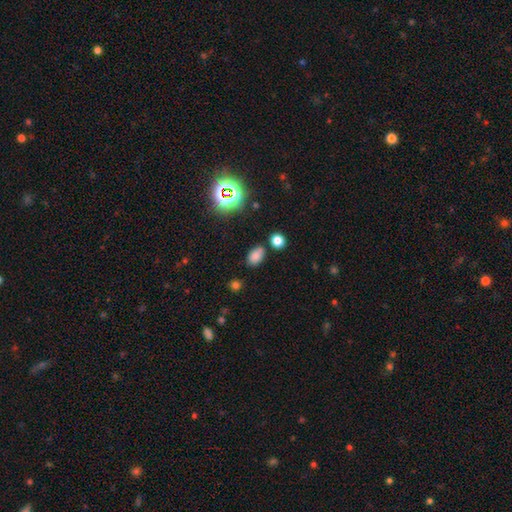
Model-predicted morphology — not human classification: Smooth or featured? smooth (76%)
How rounded? in between (87%)
Merging? none (74%)